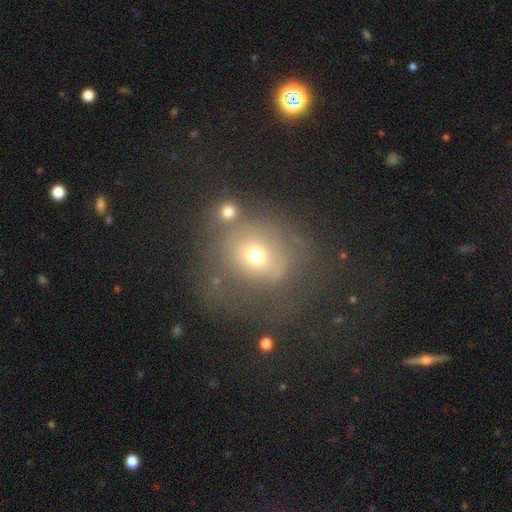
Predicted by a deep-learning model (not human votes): A smooth galaxy with no disk features (59%) that is round (73%). Merging: none (45%).